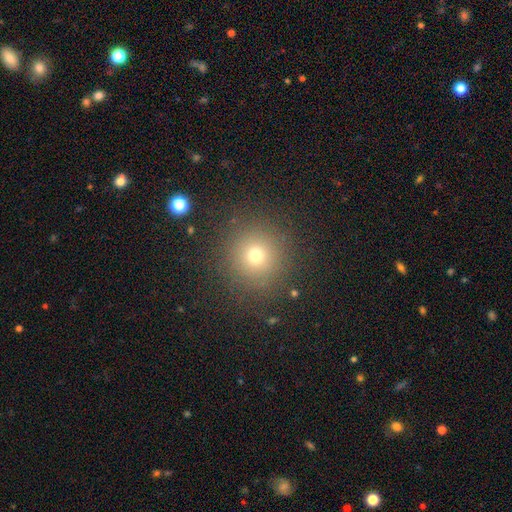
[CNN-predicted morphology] Q: Smooth or featured?
A: smooth (71%); runner-up: star or artifact (20%)
Q: How rounded?
A: round (94%); runner-up: in between (5%)
Q: Merging?
A: none (88%); runner-up: minor disturbance (7%)